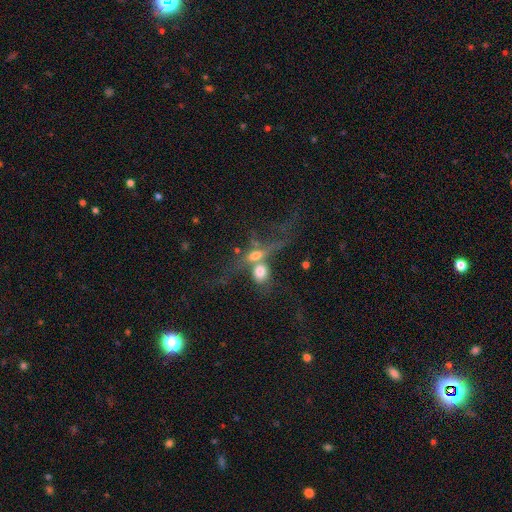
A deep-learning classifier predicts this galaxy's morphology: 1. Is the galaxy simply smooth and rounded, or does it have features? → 42% featured or disk, 32% star or artifact, 26% smooth.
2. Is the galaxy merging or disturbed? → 42% merger, 30% none, 18% major disturbance, 10% minor disturbance.